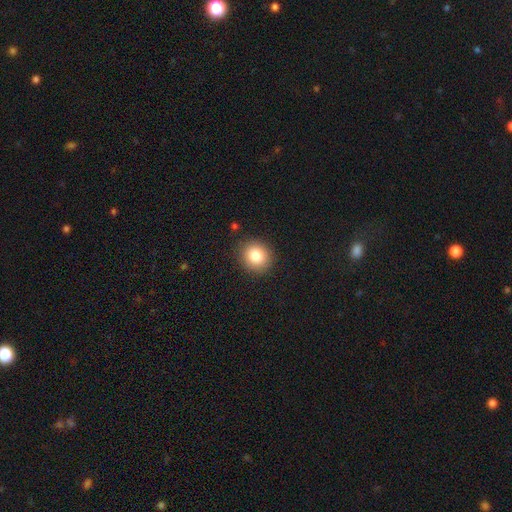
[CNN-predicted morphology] Smooth or featured?
  - smooth: 83% *
  - star or artifact: 10%
  - featured or disk: 7%
How rounded?
  - round: 82% *
  - in between: 17%
  - cigar-shaped: 1%
Merging?
  - none: 89% *
  - minor disturbance: 8%
  - major disturbance: 2%
  - merger: 1%